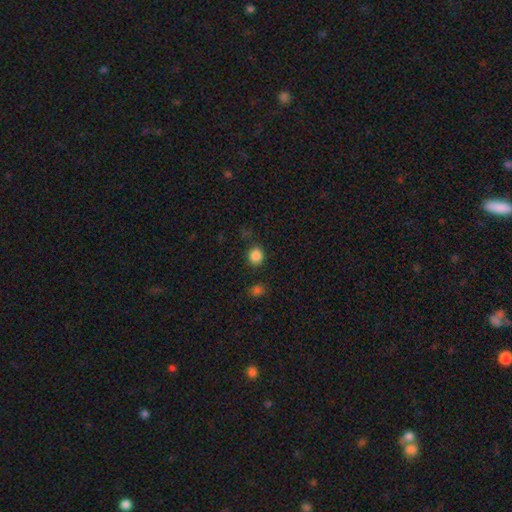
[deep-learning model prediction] This is clearly a smooth galaxy (85%). How rounded: likely round (78%). Merging: clearly none (84%).